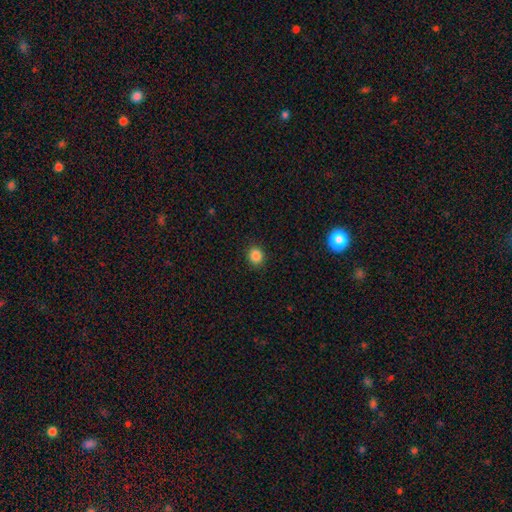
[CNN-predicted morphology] The model was most divided on "how rounded": round: 80%, in between: 19%, cigar-shaped: 1%. More confident: merging — none (91%); smooth or featured — smooth (85%).